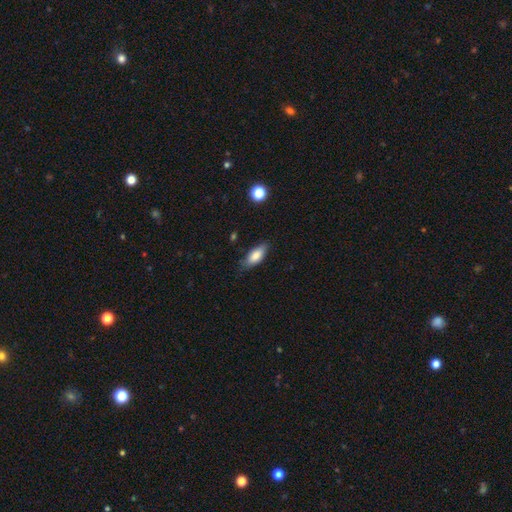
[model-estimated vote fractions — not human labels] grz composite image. It shows a smooth galaxy with no disk features (80%) that is in between round and cigar-shaped (77%). Merging: none (77%).